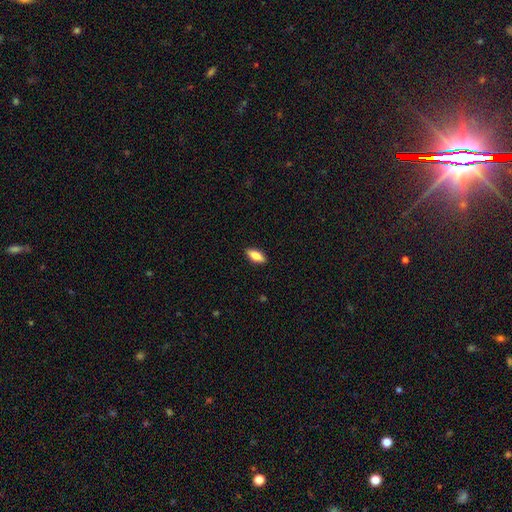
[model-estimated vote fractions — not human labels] Smooth or featured? Predicted: smooth (p=0.79). How rounded? Predicted: in between (p=0.80). Merging? Predicted: none (p=0.89).